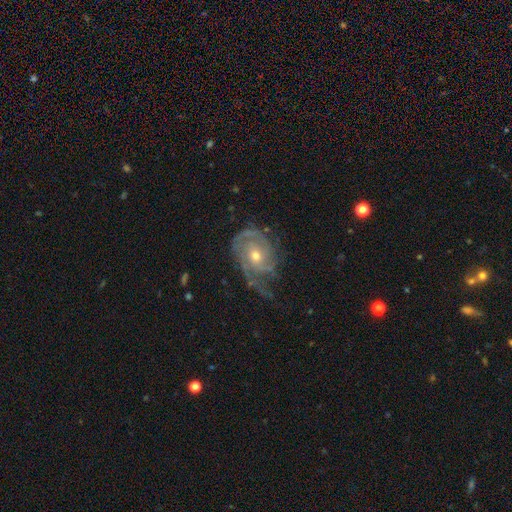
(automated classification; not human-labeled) featured or disk 87%, smooth 8%, star or artifact 6%. Down the decision tree: edge-on disk — no (97%); bar — no (74%); spiral arms — yes (95%); spiral arm count — 2 (36%); spiral winding — tight (55%); bulge size — moderate (56%); merging — none (52%).